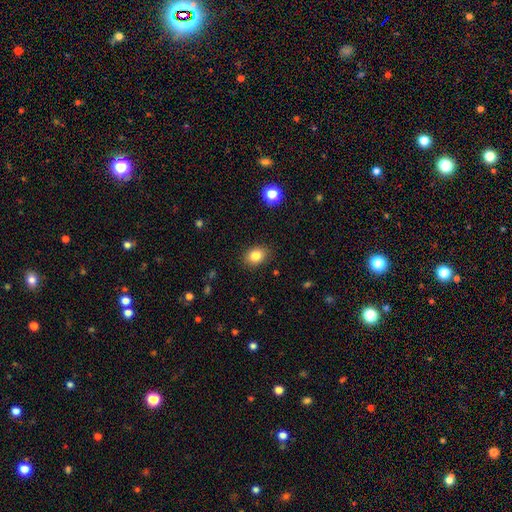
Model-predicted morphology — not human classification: A smooth galaxy with no disk features (83%) that is in between round and cigar-shaped (58%).

Vote fractions:
- Smooth or featured? smooth: 83% / star or artifact: 10% / featured or disk: 7%
- How rounded? in between: 58% / round: 41% / cigar-shaped: 1%
- Merging? none: 87% / minor disturbance: 10% / major disturbance: 2% / merger: 1%